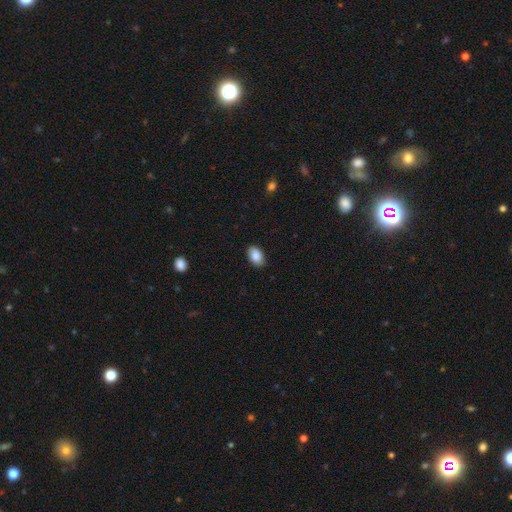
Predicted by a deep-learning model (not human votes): The model was most divided on "merging": none: 88%, minor disturbance: 9%, major disturbance: 2%, merger: 1%. More confident: how rounded — in between (91%); smooth or featured — smooth (87%).